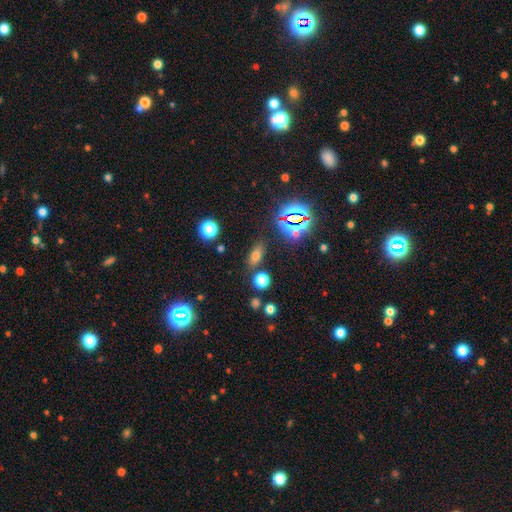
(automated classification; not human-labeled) A smooth galaxy with no disk features (64%) that is in between round and cigar-shaped (72%).

Vote fractions:
- Smooth or featured? smooth: 64% / star or artifact: 25% / featured or disk: 11%
- How rounded? in between: 72% / cigar-shaped: 15% / round: 13%
- Merging? none: 79% / minor disturbance: 10% / merger: 6% / major disturbance: 4%